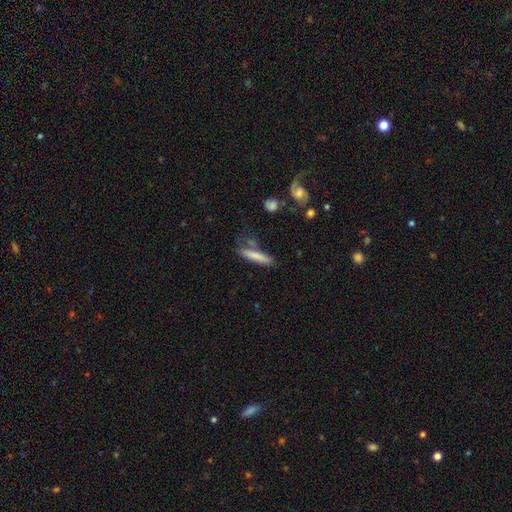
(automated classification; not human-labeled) Q: Smooth or featured?
A: smooth (76%); runner-up: featured or disk (18%)
Q: How rounded?
A: cigar-shaped (88%); runner-up: in between (10%)
Q: Merging?
A: none (65%); runner-up: minor disturbance (20%)